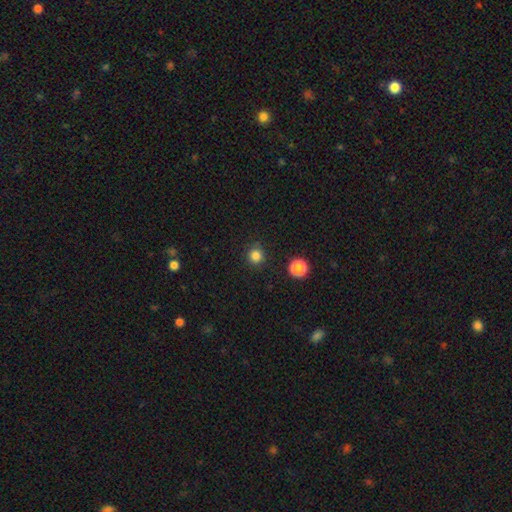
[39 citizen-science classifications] Volunteers were most divided on "merging": none: 81%, minor disturbance: 19%, major disturbance: 0%, merger: 0%. More confident: smooth or featured — smooth (92%); how rounded — round (86%).